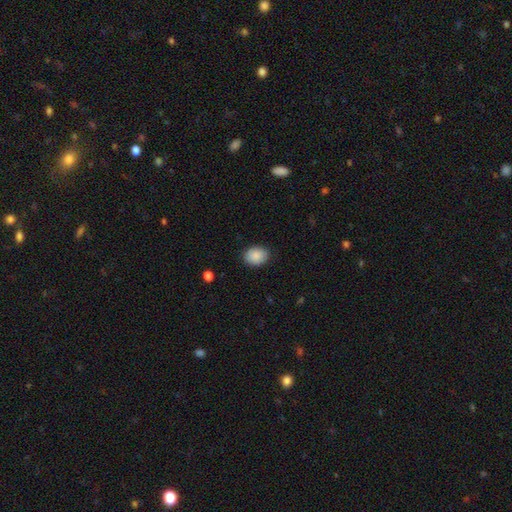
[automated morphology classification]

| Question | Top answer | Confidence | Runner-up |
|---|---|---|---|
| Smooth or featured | smooth | 89% | star or artifact (7%) |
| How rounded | in between | 60% | round (40%) |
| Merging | none | 85% | minor disturbance (11%) |